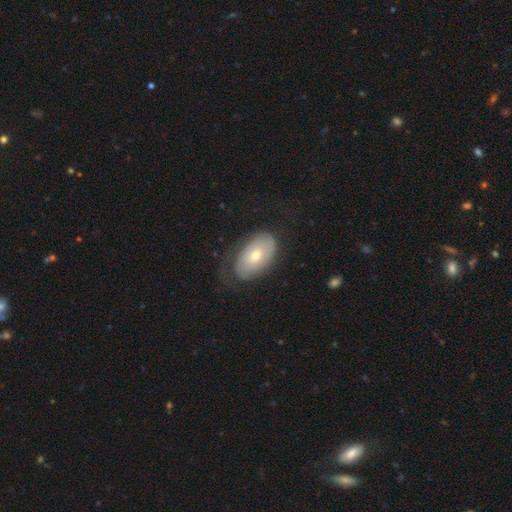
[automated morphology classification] smooth-or-featured: smooth: 47% | featured or disk: 46% | star or artifact: 7%
  merging: none: 59% | minor disturbance: 24% | major disturbance: 16% | merger: 1%